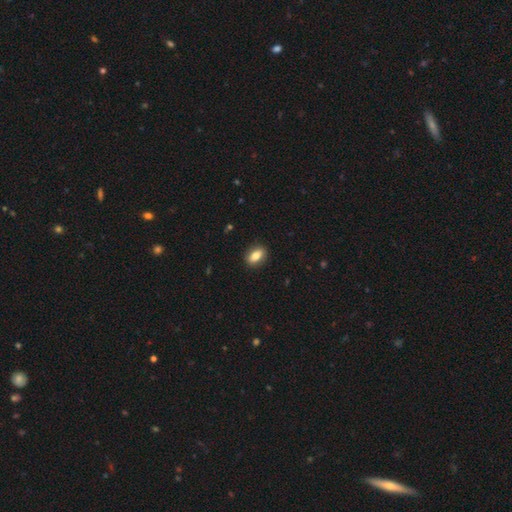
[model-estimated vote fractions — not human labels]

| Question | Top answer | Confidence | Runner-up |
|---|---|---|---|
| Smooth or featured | smooth | 79% | featured or disk (13%) |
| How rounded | in between | 83% | round (12%) |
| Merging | none | 88% | minor disturbance (9%) |